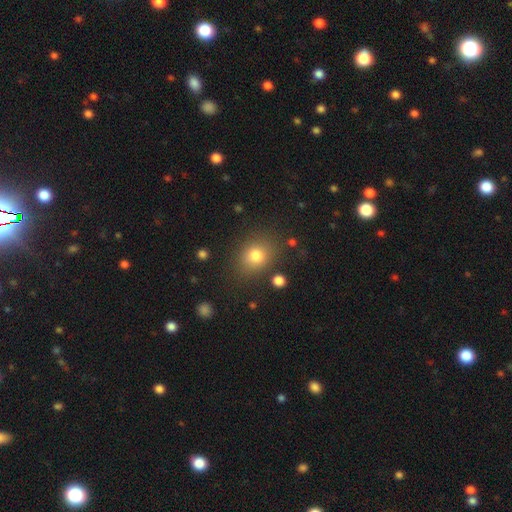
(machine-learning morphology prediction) smooth_or_featured: smooth (p=0.78) [alt: star or artifact p=0.13]
how_rounded: round (p=0.62) [alt: in between p=0.37]
merging: none (p=0.80) [alt: minor disturbance p=0.12]